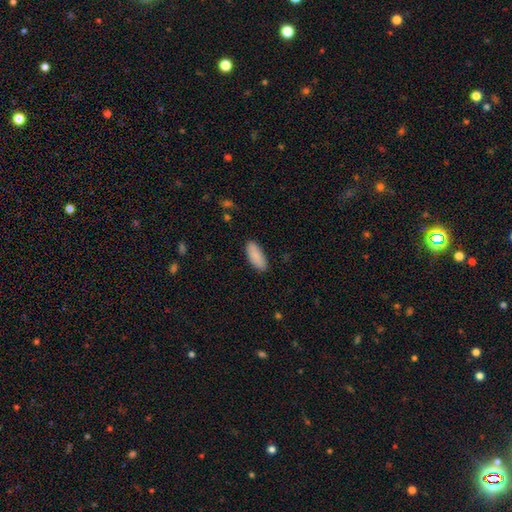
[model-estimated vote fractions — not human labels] The model was most divided on "how rounded": in between: 79%, cigar-shaped: 19%, round: 2%. More confident: smooth or featured — smooth (89%); merging — none (87%).